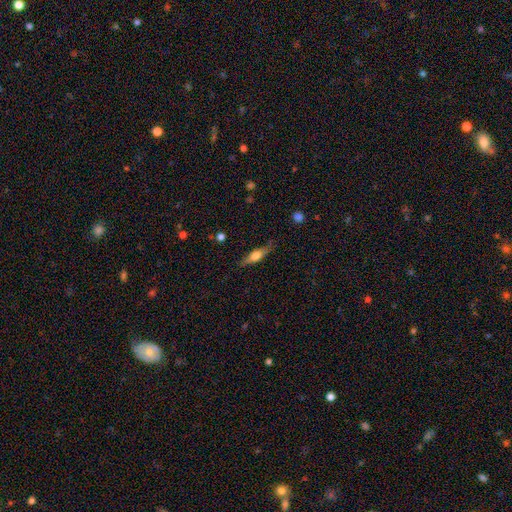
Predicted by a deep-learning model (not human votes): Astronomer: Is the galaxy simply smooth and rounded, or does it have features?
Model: featured or disk — 48% (runner-up: smooth, 45%).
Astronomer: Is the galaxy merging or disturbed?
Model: none — 78%.